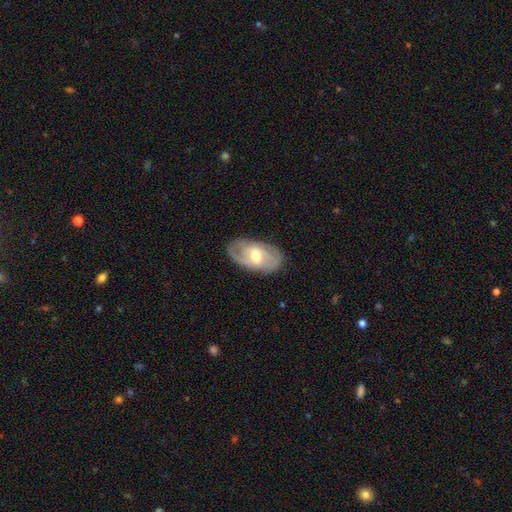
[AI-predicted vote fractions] A featured or disk galaxy (66%) with a weak bar (45%), spiral arms (77%) and a moderate central bulge (71%). Merging: none (78%).